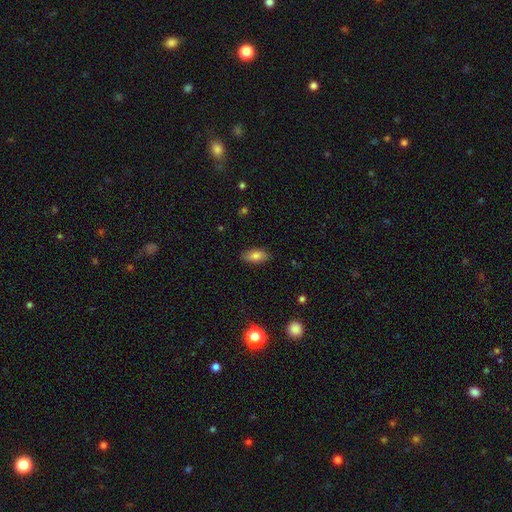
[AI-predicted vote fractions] Smooth or featured? smooth (81%)
How rounded? in between (90%)
Merging? none (87%)